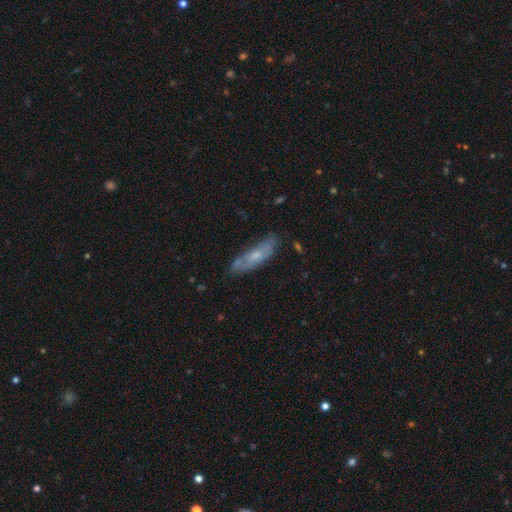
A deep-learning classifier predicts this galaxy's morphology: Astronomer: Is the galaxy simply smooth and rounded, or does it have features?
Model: smooth — 47% (runner-up: featured or disk, 45%).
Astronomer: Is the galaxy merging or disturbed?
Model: none — 66%.